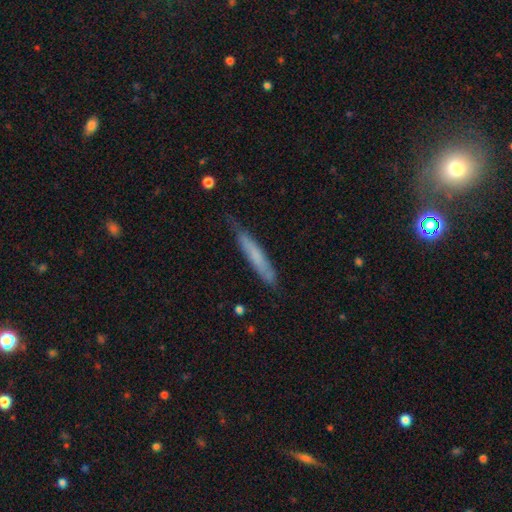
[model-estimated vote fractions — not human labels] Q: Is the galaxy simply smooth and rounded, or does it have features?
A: smooth — 64%.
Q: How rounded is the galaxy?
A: cigar-shaped — 93%.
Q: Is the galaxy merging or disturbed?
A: none — 67%.